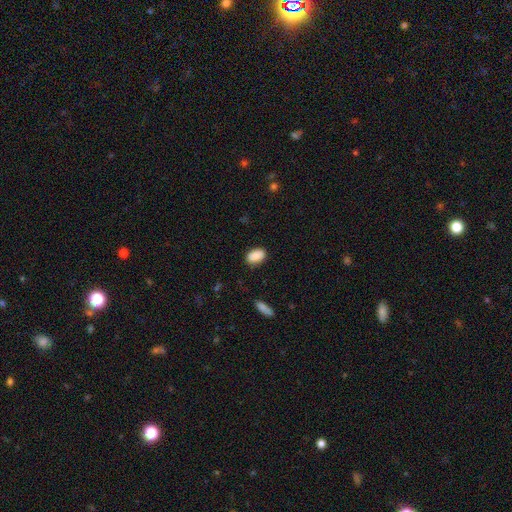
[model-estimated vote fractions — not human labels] Smooth or featured? smooth (88%)
How rounded? in between (90%)
Merging? none (84%)